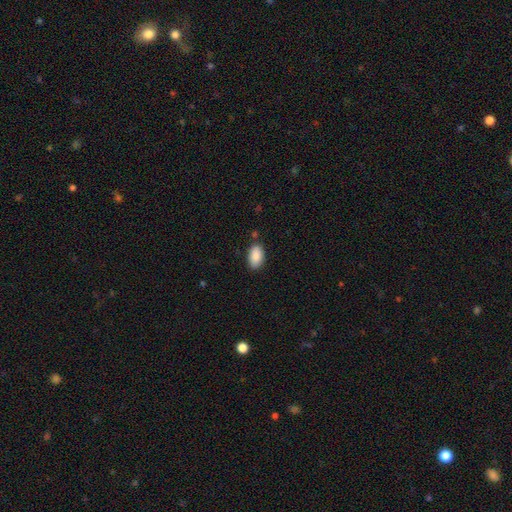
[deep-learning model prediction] smooth 89%, star or artifact 7%, featured or disk 4%. Down the decision tree: how rounded — in between (94%); merging — none (84%).